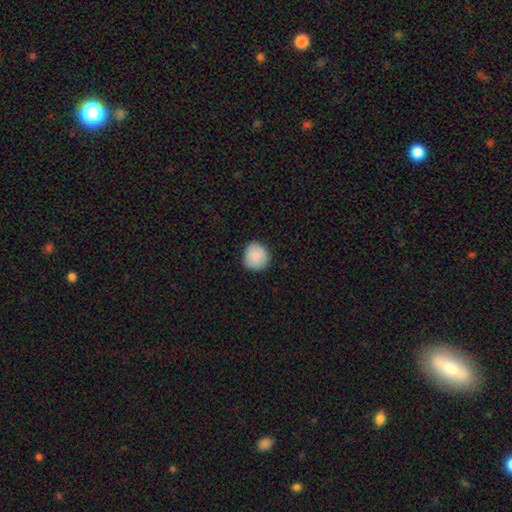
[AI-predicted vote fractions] smooth-or-featured: smooth: 88% | star or artifact: 7% | featured or disk: 5%
  how-rounded: round: 89% | in between: 10% | cigar-shaped: 1%
  merging: none: 83% | minor disturbance: 14% | major disturbance: 2% | merger: 1%